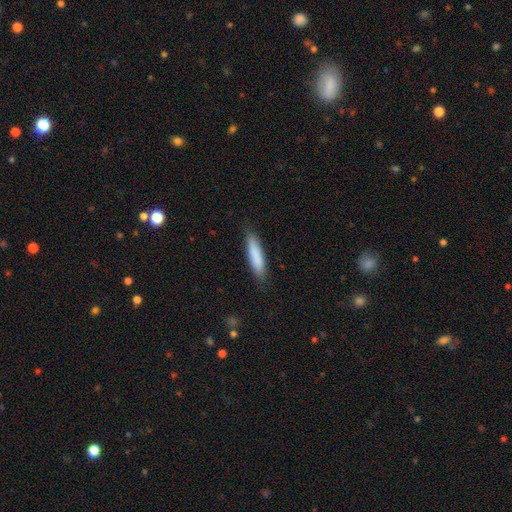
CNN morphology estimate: smooth_or_featured: smooth (p=0.85) [alt: featured or disk p=0.10]
how_rounded: cigar-shaped (p=0.77) [alt: in between p=0.22]
merging: none (p=0.85) [alt: minor disturbance p=0.12]